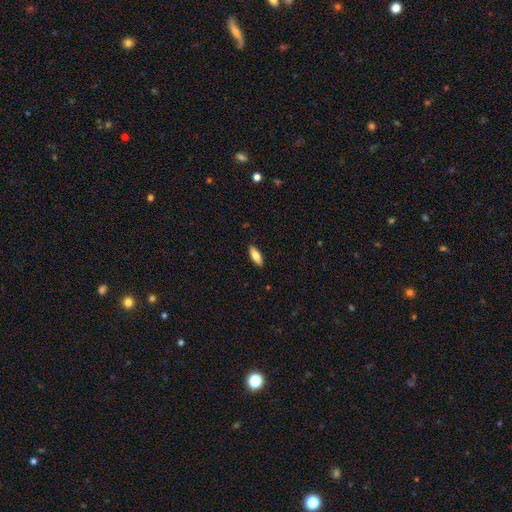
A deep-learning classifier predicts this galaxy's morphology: A smooth galaxy with no disk features (77%) that is in between round and cigar-shaped (63%). Merging: none (89%).